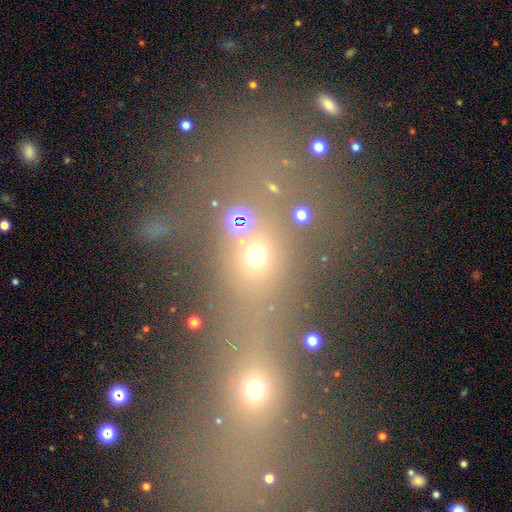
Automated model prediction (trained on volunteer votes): smooth_or_featured: smooth (p=0.53) [alt: star or artifact p=0.36]
how_rounded: round (p=0.62) [alt: in between p=0.33]
merging: none (p=0.58) [alt: merger p=0.19]